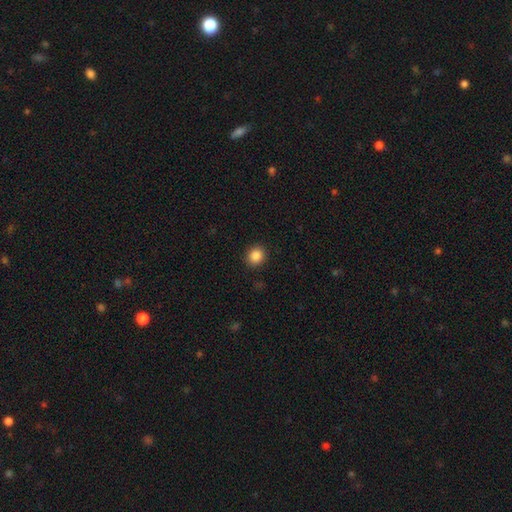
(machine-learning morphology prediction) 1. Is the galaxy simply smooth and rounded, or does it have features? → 87% smooth, 10% star or artifact, 3% featured or disk.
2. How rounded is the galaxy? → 82% round, 17% in between, 1% cigar-shaped.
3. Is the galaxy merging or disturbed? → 90% none, 7% minor disturbance, 2% major disturbance, 1% merger.